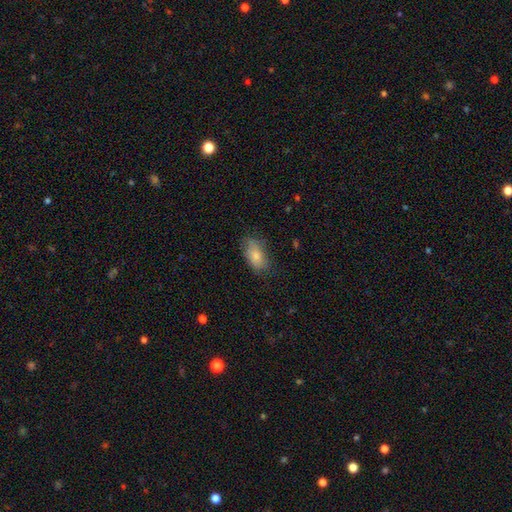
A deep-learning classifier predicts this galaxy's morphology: Smooth or featured: smooth — 78% (featured or disk — 15%)
How rounded: in between — 91% (round — 6%)
Merging: none — 61% (minor disturbance — 28%)